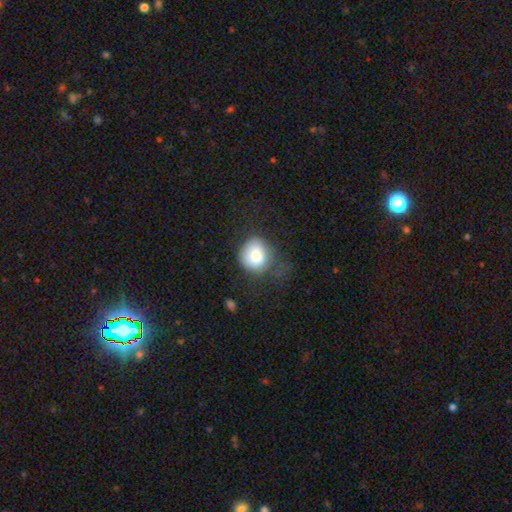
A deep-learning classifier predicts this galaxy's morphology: The model was most divided on "merging": none: 52%, minor disturbance: 26%, major disturbance: 20%, merger: 2%. More confident: smooth or featured — smooth (80%); how rounded — round (77%).